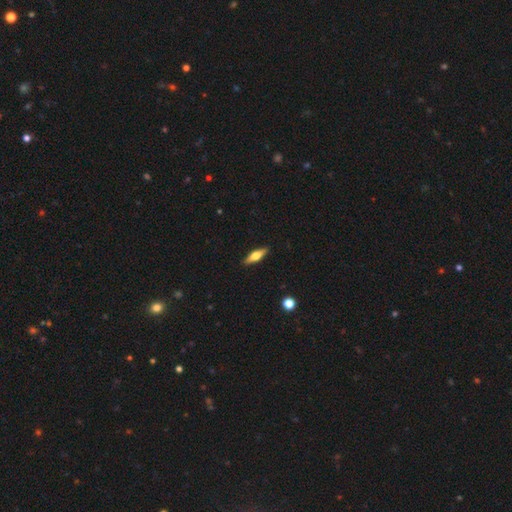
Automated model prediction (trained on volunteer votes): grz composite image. It shows a featured or disk galaxy (50%). Merging: none (90%).